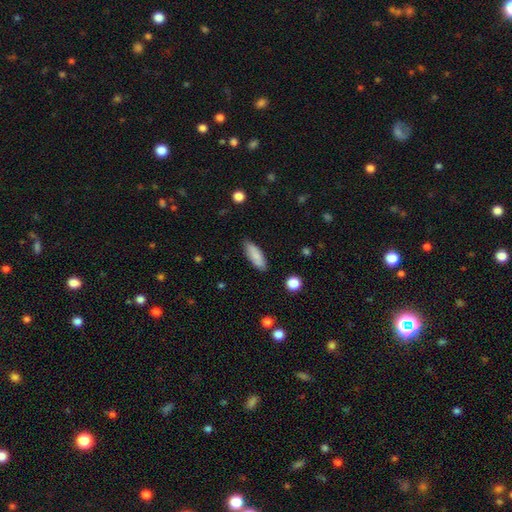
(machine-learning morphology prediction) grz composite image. It shows a smooth galaxy with no disk features (85%) that is in between round and cigar-shaped (61%). Merging: none (85%).